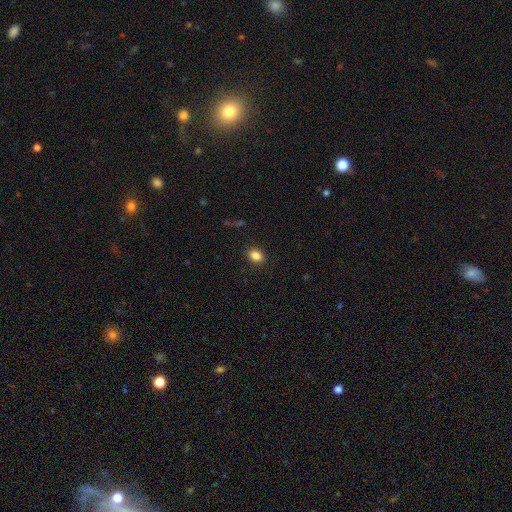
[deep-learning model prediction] The model was most divided on "how rounded": in between: 57%, round: 42%, cigar-shaped: 1%. More confident: merging — none (89%); smooth or featured — smooth (85%).